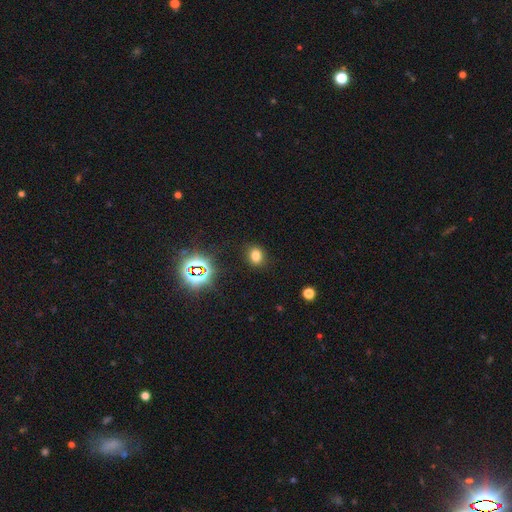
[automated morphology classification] Smooth or featured?
  - smooth: 72% *
  - star or artifact: 20%
  - featured or disk: 7%
How rounded?
  - in between: 50% *
  - round: 49%
  - cigar-shaped: 1%
Merging?
  - none: 86% *
  - minor disturbance: 9%
  - major disturbance: 3%
  - merger: 2%